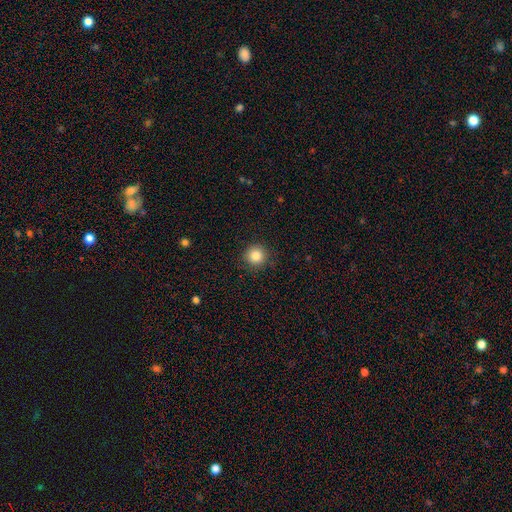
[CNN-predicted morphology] Smooth or featured: smooth — 85% (star or artifact — 10%)
How rounded: round — 95% (in between — 4%)
Merging: none — 91% (minor disturbance — 6%)